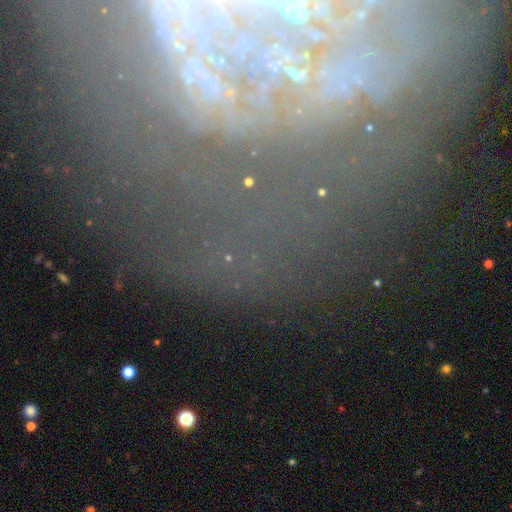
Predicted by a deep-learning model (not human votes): A featured or disk galaxy (54%). Merging: none (61%).